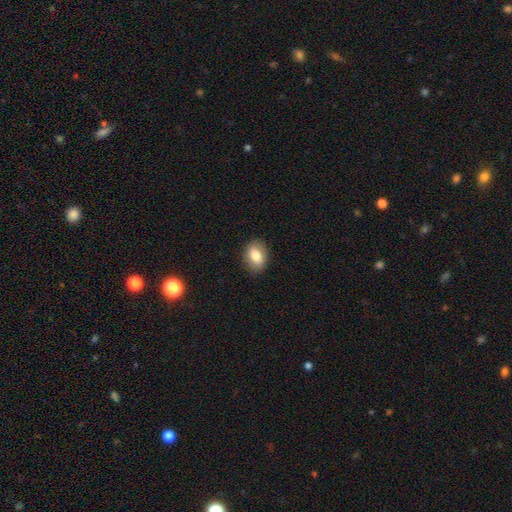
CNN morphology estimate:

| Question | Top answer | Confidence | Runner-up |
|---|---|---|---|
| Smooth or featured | smooth | 80% | featured or disk (12%) |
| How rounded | in between | 75% | round (24%) |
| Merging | none | 87% | minor disturbance (10%) |